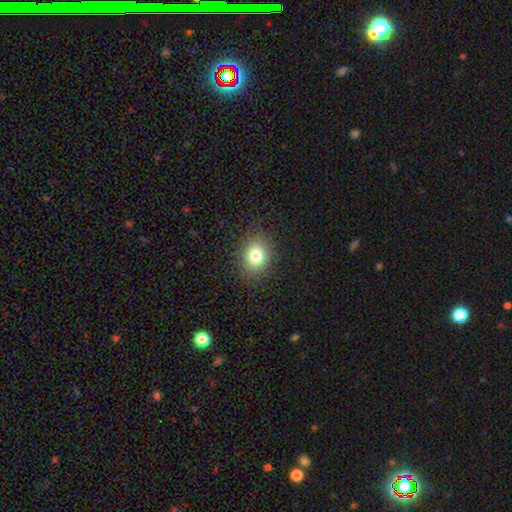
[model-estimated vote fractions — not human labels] Smooth or featured: smooth — 79% (star or artifact — 12%)
How rounded: round — 53% (in between — 46%)
Merging: none — 87% (minor disturbance — 9%)